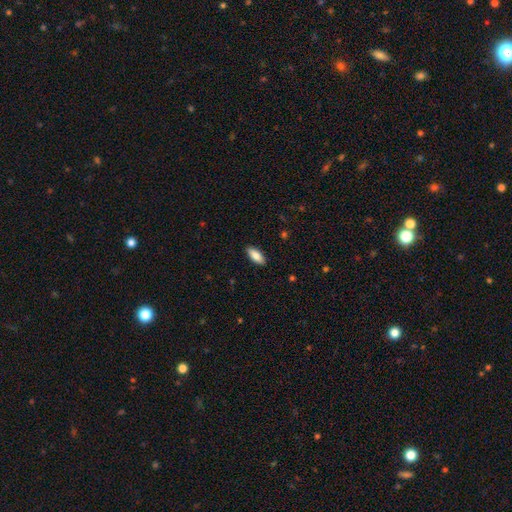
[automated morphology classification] This appears to be a smooth galaxy with no disk features (86%) that is in between round and cigar-shaped (80%). Merging: none (90%).